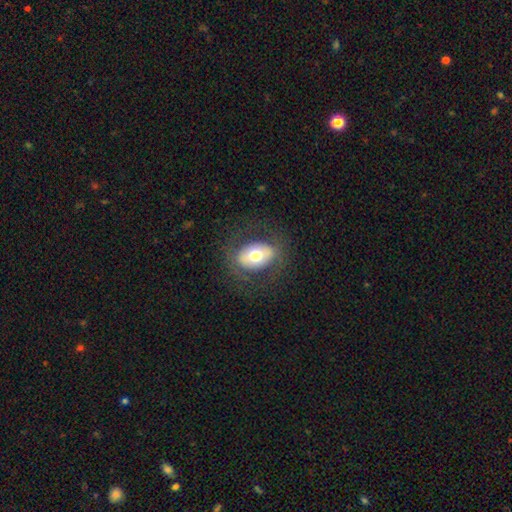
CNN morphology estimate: This appears to be a smooth galaxy with no disk features (58%) that is in between round and cigar-shaped (78%). Merging: none (76%).